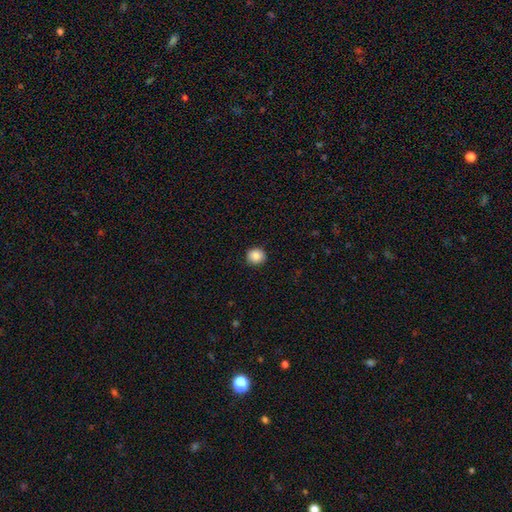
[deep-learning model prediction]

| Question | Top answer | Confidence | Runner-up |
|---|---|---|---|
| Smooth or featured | smooth | 87% | star or artifact (9%) |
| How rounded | round | 87% | in between (12%) |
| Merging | none | 90% | minor disturbance (7%) |